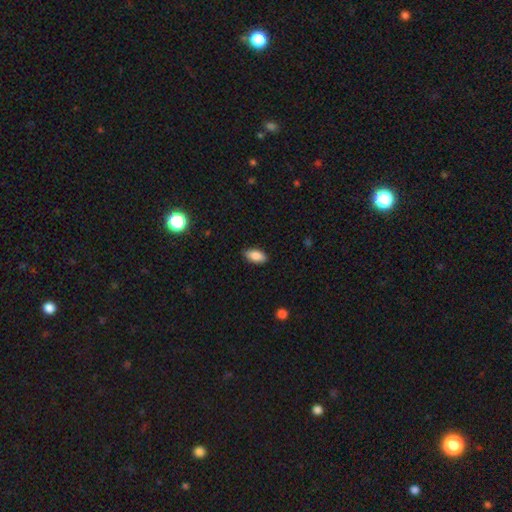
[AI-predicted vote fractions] A smooth galaxy with no disk features (86%) that is in between round and cigar-shaped (92%). Merging: none (86%).